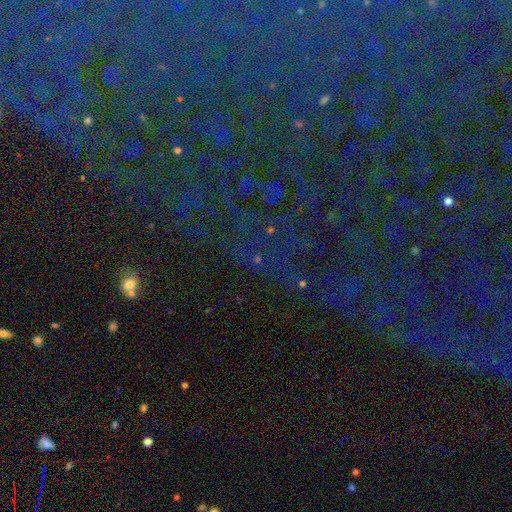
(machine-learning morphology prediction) Q: Smooth or featured?
A: star or artifact (80%); runner-up: smooth (11%)